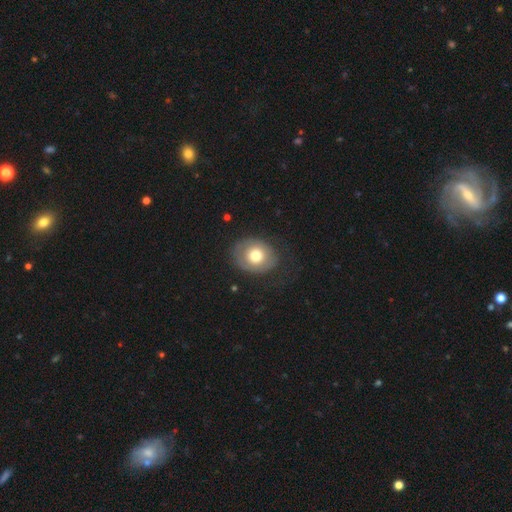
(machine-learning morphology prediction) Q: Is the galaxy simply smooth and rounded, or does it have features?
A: smooth — 64%.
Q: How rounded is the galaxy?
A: round — 56%.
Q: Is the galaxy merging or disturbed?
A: none — 73%.